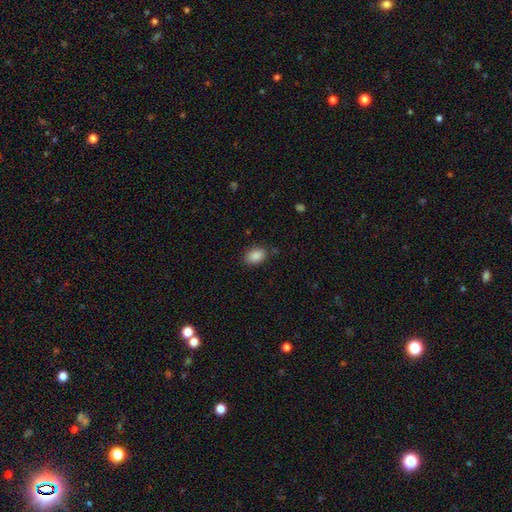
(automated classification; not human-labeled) This appears to be a smooth galaxy with no disk features (88%) that is in between round and cigar-shaped (83%). Merging: none (83%).